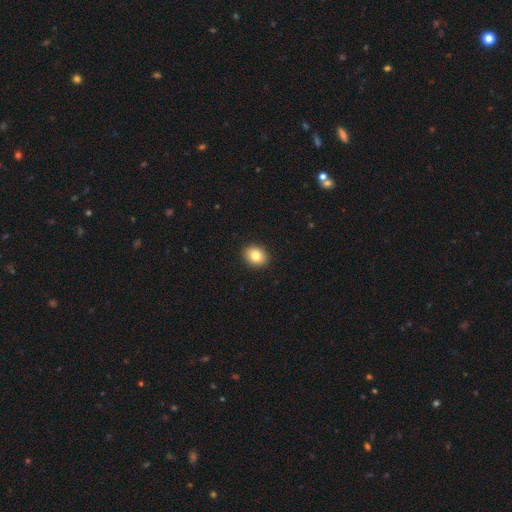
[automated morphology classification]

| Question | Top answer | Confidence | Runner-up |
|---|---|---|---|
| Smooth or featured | smooth | 82% | star or artifact (9%) |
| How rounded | in between | 52% | round (47%) |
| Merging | none | 92% | minor disturbance (6%) |